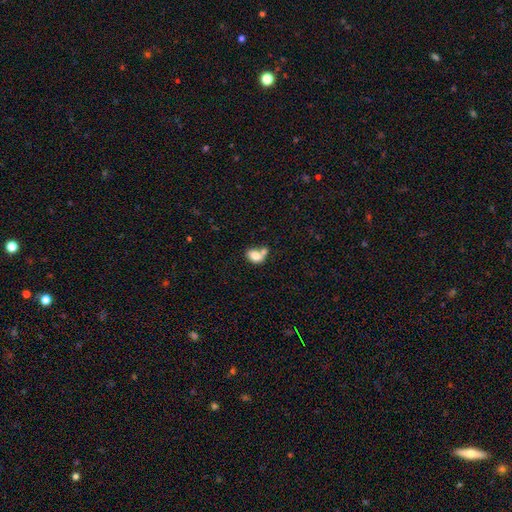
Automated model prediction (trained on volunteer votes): The model was most divided on "merging": merger: 50%, none: 31%, minor disturbance: 13%, major disturbance: 6%. More confident: smooth or featured — smooth (79%); how rounded — in between (75%).